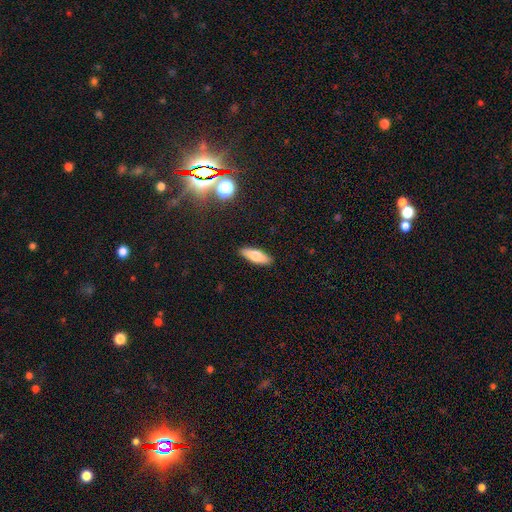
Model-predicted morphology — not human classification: Smooth or featured: smooth — 74% (featured or disk — 19%)
How rounded: in between — 54% (cigar-shaped — 43%)
Merging: none — 90% (minor disturbance — 7%)